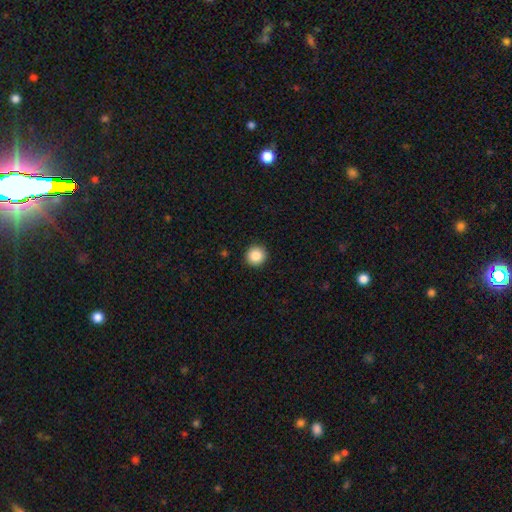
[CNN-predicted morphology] Smooth or featured? Predicted: smooth (p=0.87). How rounded? Predicted: round (p=0.95). Merging? Predicted: none (p=0.93).